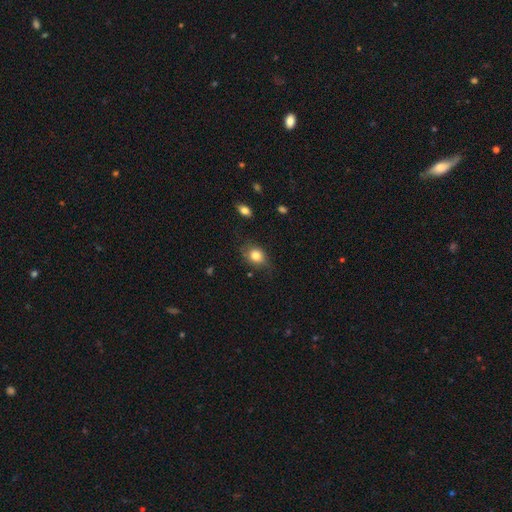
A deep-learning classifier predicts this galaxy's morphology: Smooth or featured?
  - smooth: 80% *
  - featured or disk: 11%
  - star or artifact: 9%
How rounded?
  - in between: 53% *
  - round: 45%
  - cigar-shaped: 1%
Merging?
  - none: 66% *
  - minor disturbance: 25%
  - major disturbance: 7%
  - merger: 2%